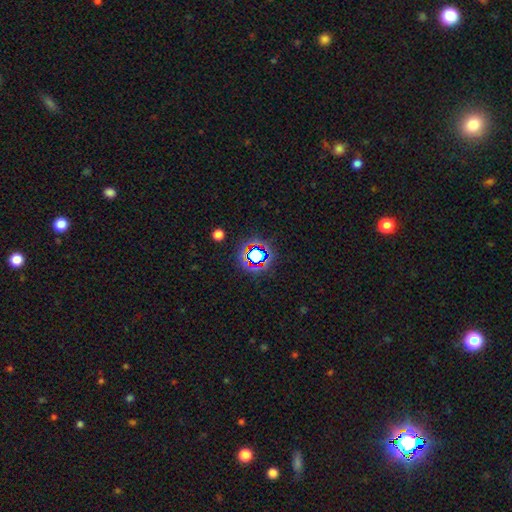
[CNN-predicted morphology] Q: Smooth or featured?
A: star or artifact (63%); runner-up: smooth (24%)